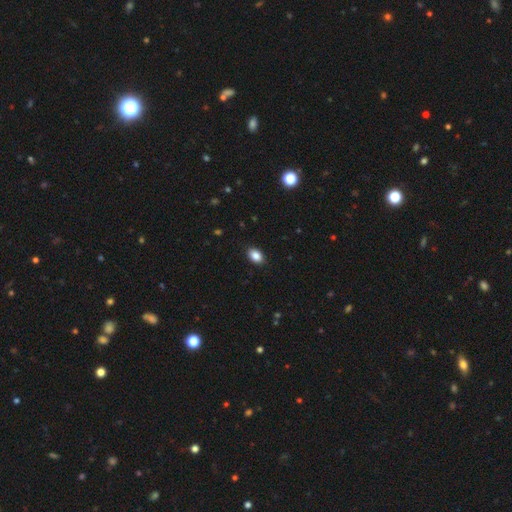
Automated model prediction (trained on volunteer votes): Morphology: type=smooth (87%); roundness=in between (85%); merging=none (89%).